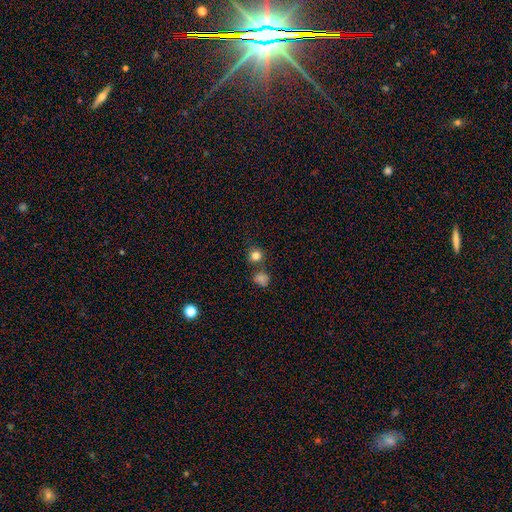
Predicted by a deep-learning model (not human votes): Smooth or featured?
  - smooth: 80% *
  - star or artifact: 14%
  - featured or disk: 6%
How rounded?
  - round: 90% *
  - in between: 9%
  - cigar-shaped: 1%
Merging?
  - none: 76% *
  - merger: 11%
  - minor disturbance: 9%
  - major disturbance: 3%